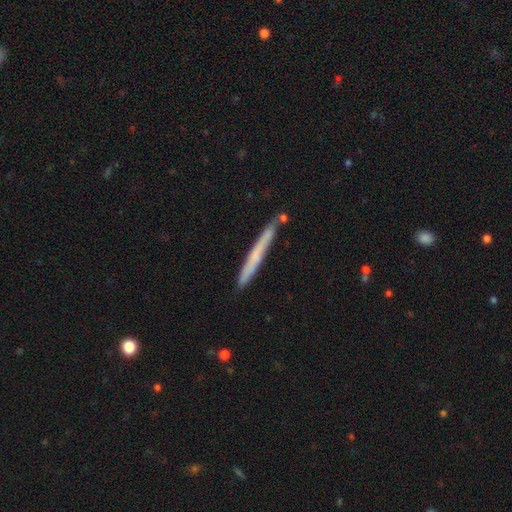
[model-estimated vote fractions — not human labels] The model was most divided on "smooth or featured": smooth: 51%, featured or disk: 42%, star or artifact: 7%. More confident: how rounded — cigar-shaped (97%); merging — none (85%).